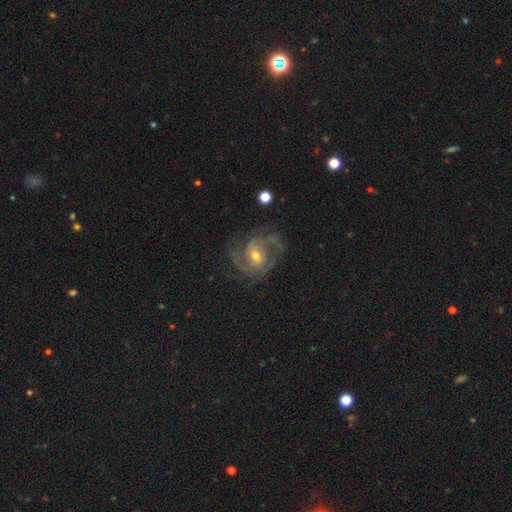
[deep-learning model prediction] Morphology: type=featured or disk (89%); edge-on=no (98%); bar=no (46%); spiral arms=yes (97%); winding=medium (51%); arm count=2 (42%); bulge=moderate (54%); merging=none (69%).